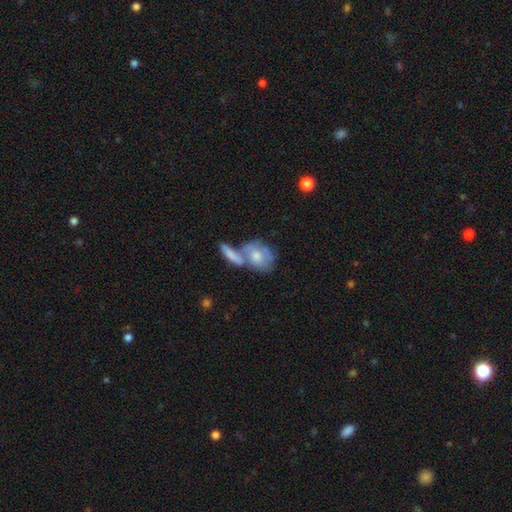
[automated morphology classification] A smooth galaxy with no disk features (49%).

Vote fractions:
- Smooth or featured? smooth: 49% / featured or disk: 43% / star or artifact: 7%
- Merging? merger: 51% / none: 26% / minor disturbance: 13% / major disturbance: 10%